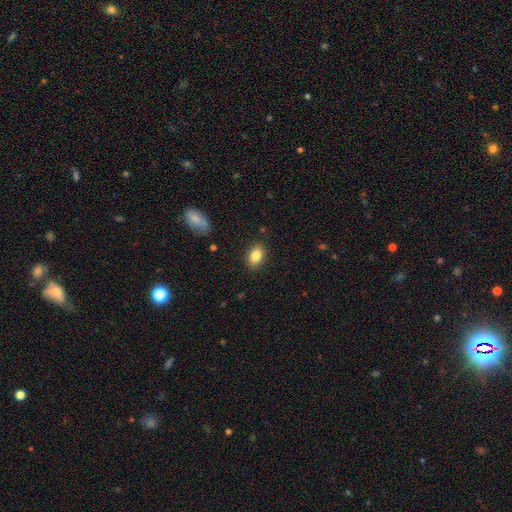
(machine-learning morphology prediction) This appears to be a smooth galaxy with no disk features (84%) that is in between round and cigar-shaped (86%). Merging: none (87%).